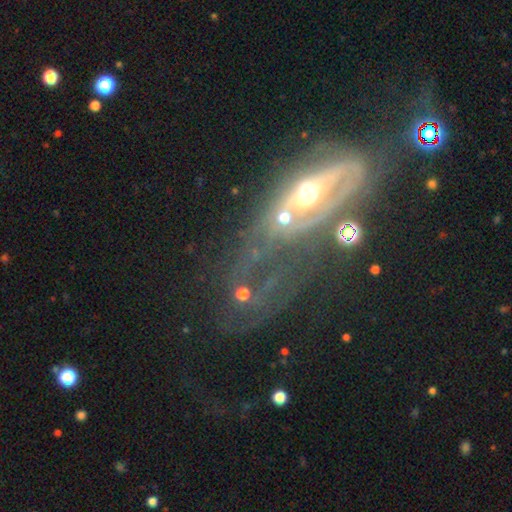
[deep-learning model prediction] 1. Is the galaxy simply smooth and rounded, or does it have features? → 62% featured or disk, 22% smooth, 17% star or artifact.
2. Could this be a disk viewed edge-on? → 74% no, 26% yes.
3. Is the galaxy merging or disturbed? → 40% major disturbance, 24% none, 22% merger, 14% minor disturbance.